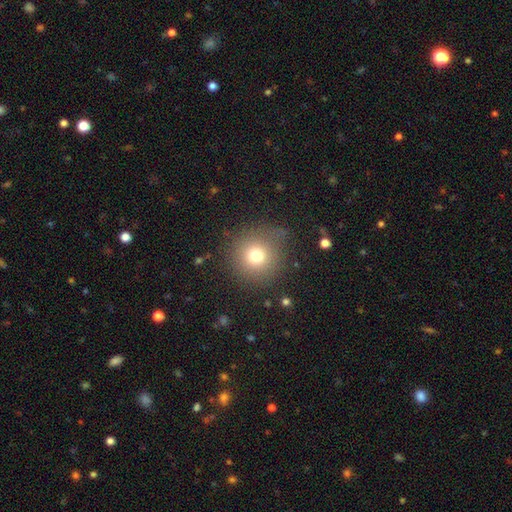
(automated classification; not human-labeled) Smooth or featured? smooth (75%)
How rounded? round (94%)
Merging? none (82%)